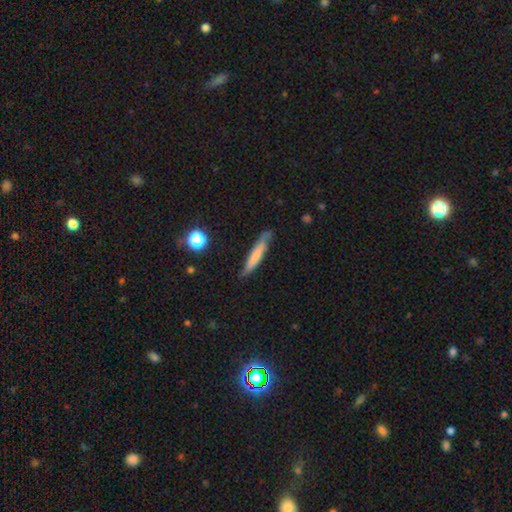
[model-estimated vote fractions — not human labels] Smooth or featured? smooth (65%)
How rounded? cigar-shaped (91%)
Merging? none (72%)